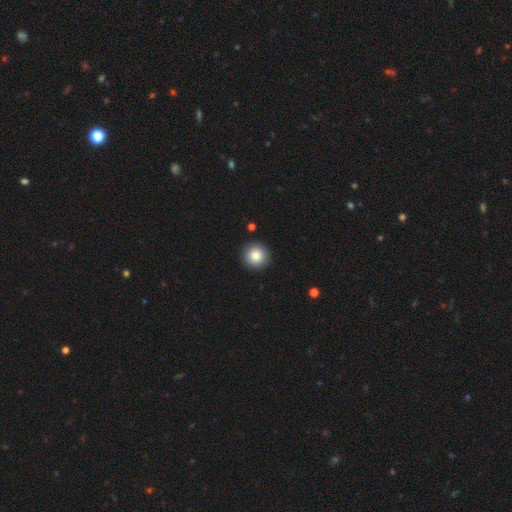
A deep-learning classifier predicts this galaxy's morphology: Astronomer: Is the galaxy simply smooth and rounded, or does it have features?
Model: smooth — 85%.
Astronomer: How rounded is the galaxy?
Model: round — 95%.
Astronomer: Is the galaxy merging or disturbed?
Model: none — 92%.